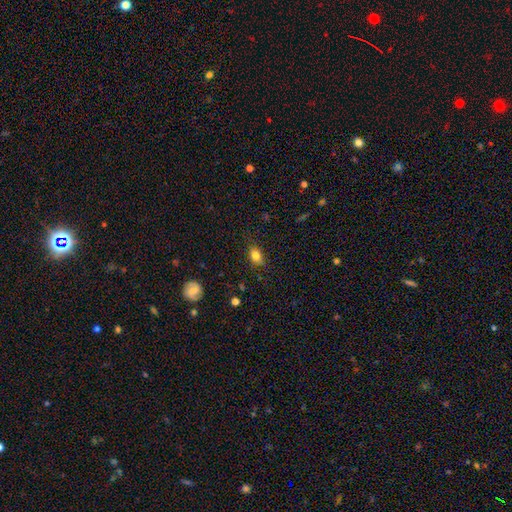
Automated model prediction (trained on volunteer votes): Smooth or featured: smooth — 79% (featured or disk — 11%)
How rounded: in between — 74% (round — 21%)
Merging: none — 78% (minor disturbance — 17%)